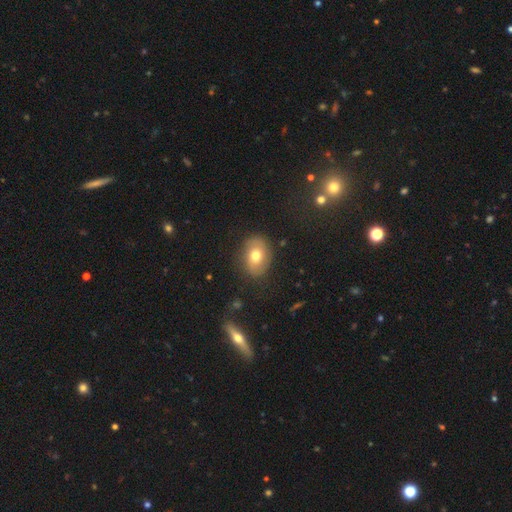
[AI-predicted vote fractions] A smooth galaxy with no disk features (58%) that is in between round and cigar-shaped (61%).

Vote fractions:
- Smooth or featured? smooth: 58% / featured or disk: 32% / star or artifact: 11%
- How rounded? in between: 61% / round: 38% / cigar-shaped: 1%
- Merging? none: 79% / minor disturbance: 15% / major disturbance: 5% / merger: 1%